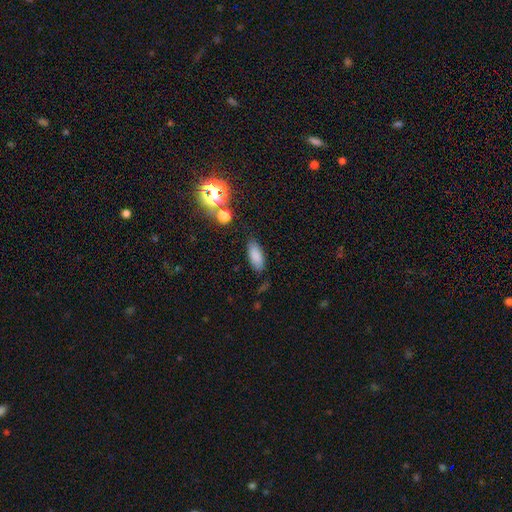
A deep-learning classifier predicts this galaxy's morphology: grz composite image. It shows a smooth galaxy with no disk features (83%) that is in between round and cigar-shaped (78%). Merging: none (81%).